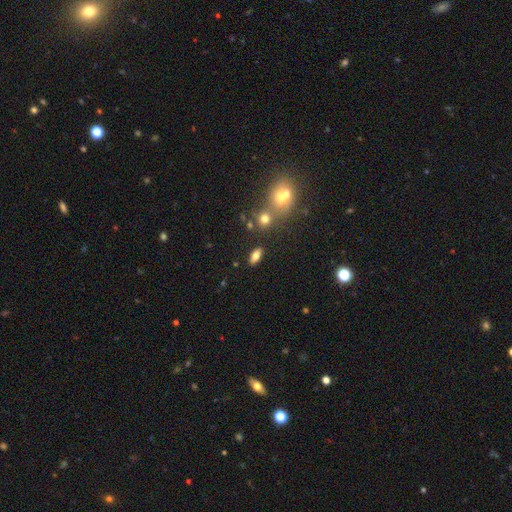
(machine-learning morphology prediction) A smooth galaxy with no disk features (74%) that is in between round and cigar-shaped (83%). Merging: none (81%).